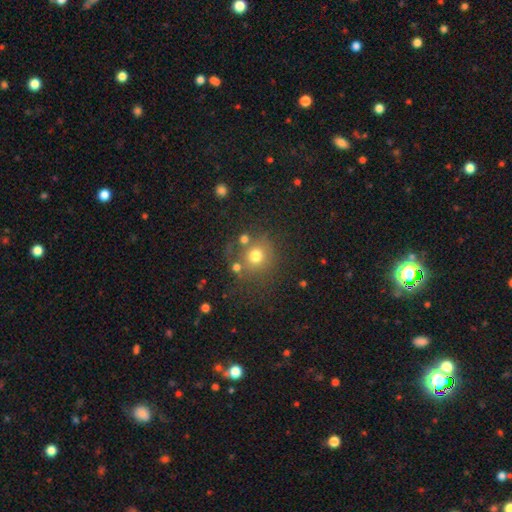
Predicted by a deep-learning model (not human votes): Q: Smooth or featured?
A: smooth (71%); runner-up: star or artifact (17%)
Q: How rounded?
A: round (90%); runner-up: in between (9%)
Q: Merging?
A: none (68%); runner-up: merger (13%)